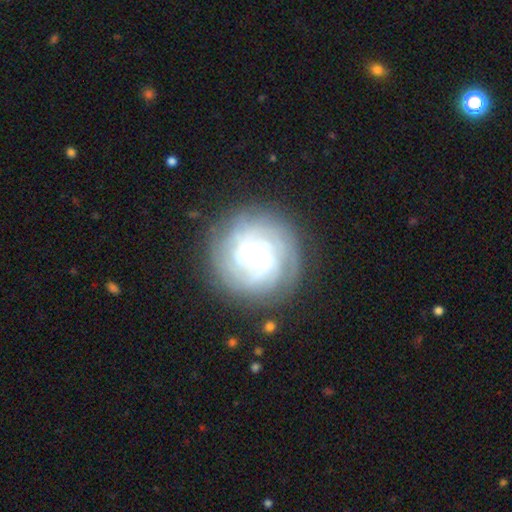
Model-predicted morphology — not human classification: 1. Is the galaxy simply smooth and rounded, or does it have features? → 82% featured or disk, 11% smooth, 7% star or artifact.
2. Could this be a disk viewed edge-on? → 98% no, 2% yes.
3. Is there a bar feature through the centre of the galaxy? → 44% weak, 39% no, 16% strong.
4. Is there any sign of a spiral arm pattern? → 95% yes, 5% no.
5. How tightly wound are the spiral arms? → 66% tight, 26% medium, 7% loose.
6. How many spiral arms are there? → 31% can't tell, 21% 3, 19% 2, 14% 4, 8% more than 4, 7% 1.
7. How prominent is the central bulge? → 59% moderate, 22% small, 16% large, 2% dominant, 2% none.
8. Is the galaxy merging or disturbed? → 82% none, 12% minor disturbance, 5% major disturbance, 1% merger.